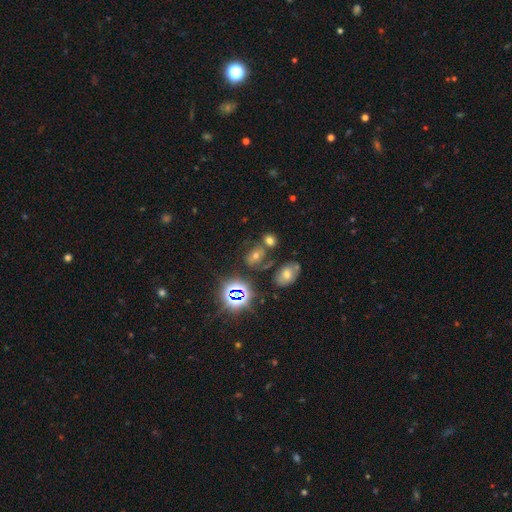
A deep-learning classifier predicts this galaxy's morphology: This is marginally a star or artifact rather than a galaxy (43%).